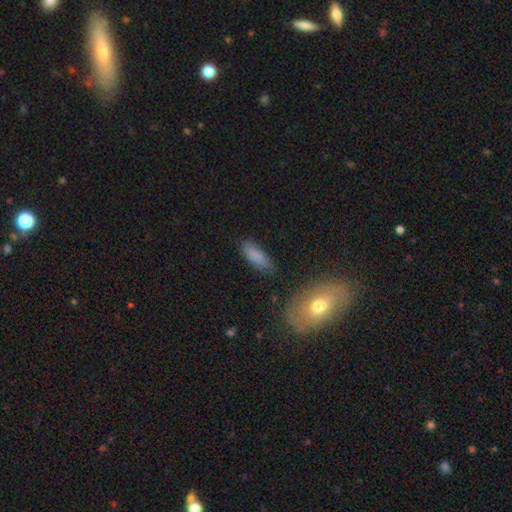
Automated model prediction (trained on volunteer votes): smooth_or_featured: smooth (p=0.81) [alt: featured or disk p=0.11]
how_rounded: in between (p=0.67) [alt: cigar-shaped p=0.31]
merging: none (p=0.76) [alt: minor disturbance p=0.18]